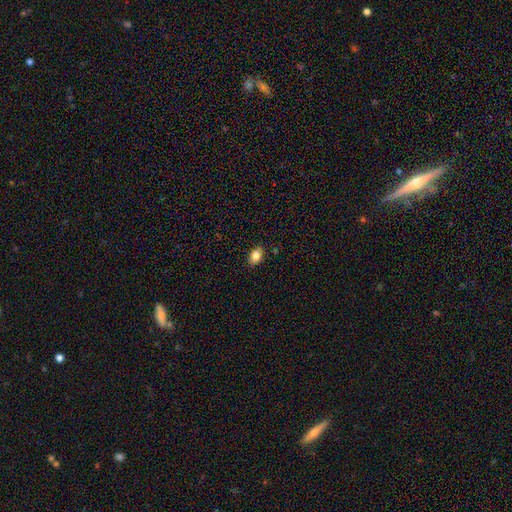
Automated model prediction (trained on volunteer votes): This is clearly a smooth galaxy (84%). How rounded: clearly in between (84%). Merging: clearly none (86%).